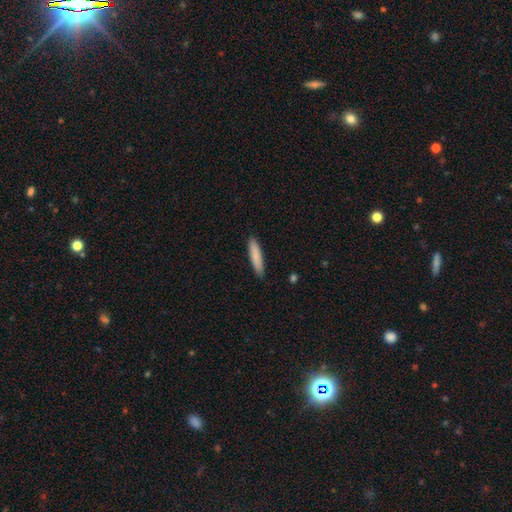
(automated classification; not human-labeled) Morphology: type=smooth (84%); roundness=cigar-shaped (86%); merging=none (89%).